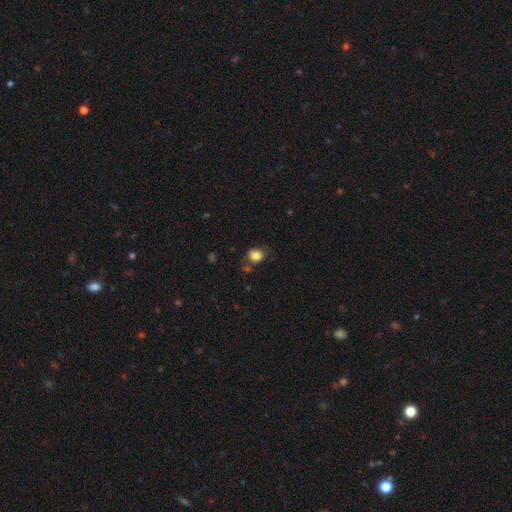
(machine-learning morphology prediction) This appears to be a smooth galaxy with no disk features (84%) that is round (67%). Merging: none (70%).